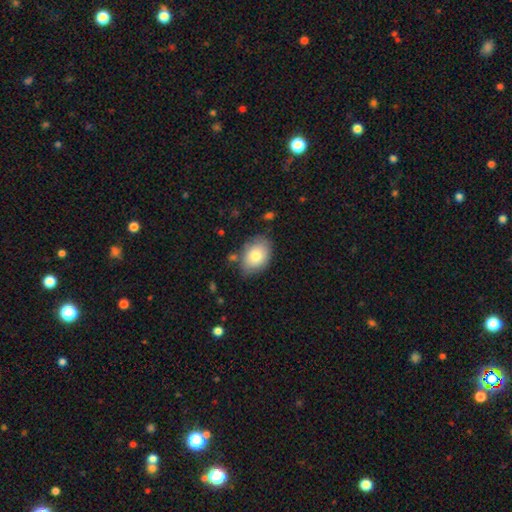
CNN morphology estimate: This appears to be a smooth galaxy with no disk features (79%) that is in between round and cigar-shaped (82%). Merging: none (76%).